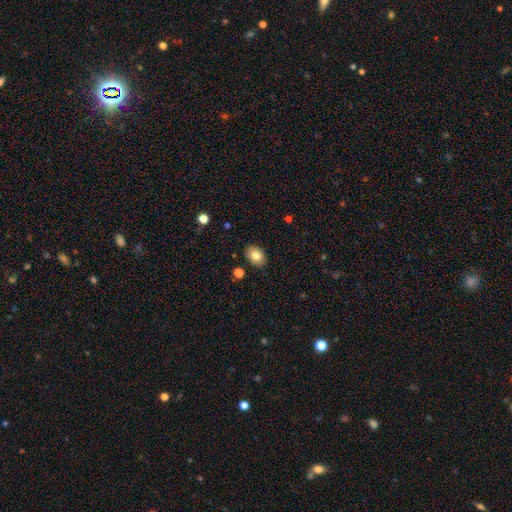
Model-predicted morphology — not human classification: This appears to be a smooth galaxy with no disk features (80%) that is in between round and cigar-shaped (76%). Merging: none (87%).